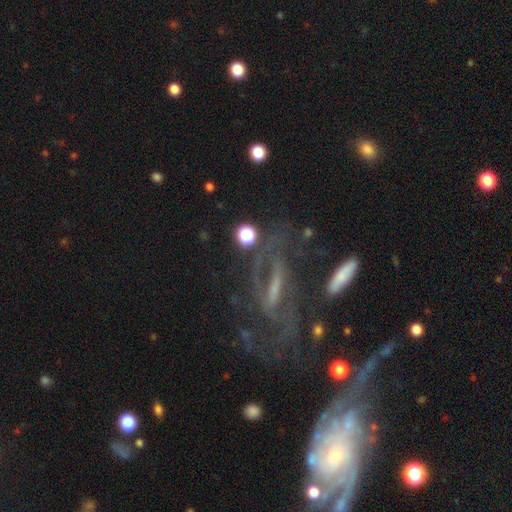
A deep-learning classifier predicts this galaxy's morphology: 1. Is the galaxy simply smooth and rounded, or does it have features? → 68% featured or disk, 17% star or artifact, 15% smooth.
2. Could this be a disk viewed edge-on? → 84% no, 16% yes.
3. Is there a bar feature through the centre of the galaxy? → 38% strong, 36% weak, 26% no.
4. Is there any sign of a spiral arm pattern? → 72% yes, 28% no.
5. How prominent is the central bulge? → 42% small, 28% none, 24% moderate, 4% large, 2% dominant.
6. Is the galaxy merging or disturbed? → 53% none, 22% major disturbance, 17% minor disturbance, 8% merger.